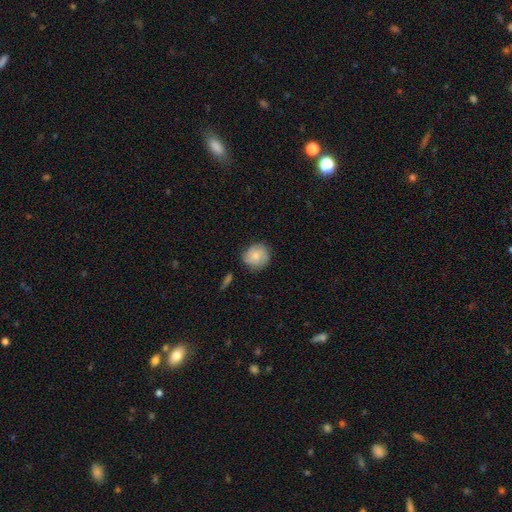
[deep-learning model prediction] Smooth or featured? Predicted: smooth (p=0.60). How rounded? Predicted: round (p=0.85). Merging? Predicted: none (p=0.77).